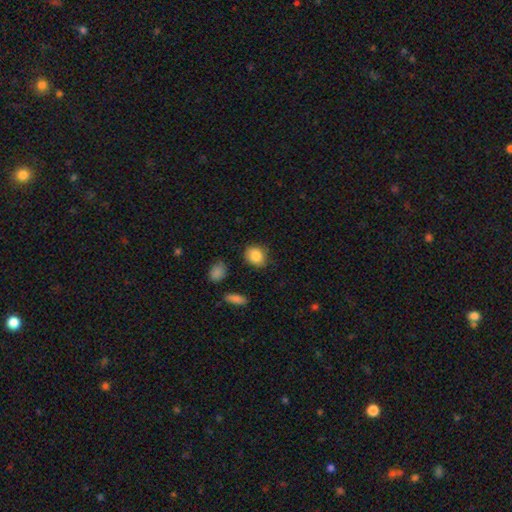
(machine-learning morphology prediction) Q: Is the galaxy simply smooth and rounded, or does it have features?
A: smooth — 85%.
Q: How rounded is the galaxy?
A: round — 61%.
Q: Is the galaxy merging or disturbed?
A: none — 78%.